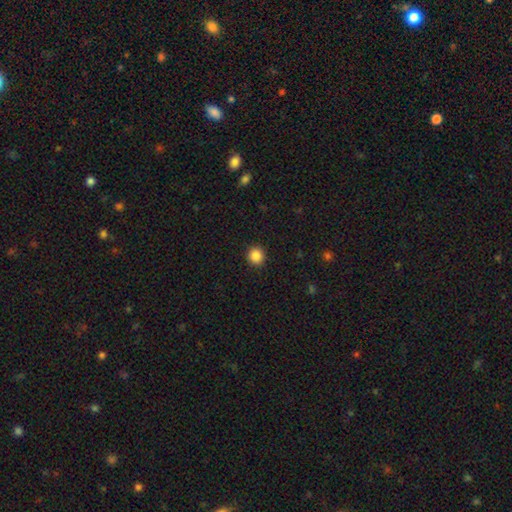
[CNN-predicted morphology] Smooth or featured? Predicted: smooth (p=0.88). How rounded? Predicted: round (p=0.93). Merging? Predicted: none (p=0.92).